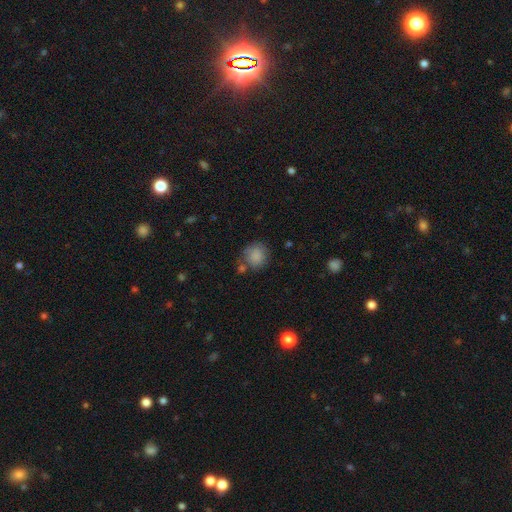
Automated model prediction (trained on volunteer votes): A smooth galaxy with no disk features (84%) that is round (79%).

Vote fractions:
- Smooth or featured? smooth: 84% / star or artifact: 9% / featured or disk: 7%
- How rounded? round: 79% / in between: 20% / cigar-shaped: 1%
- Merging? none: 63% / minor disturbance: 19% / merger: 11% / major disturbance: 7%